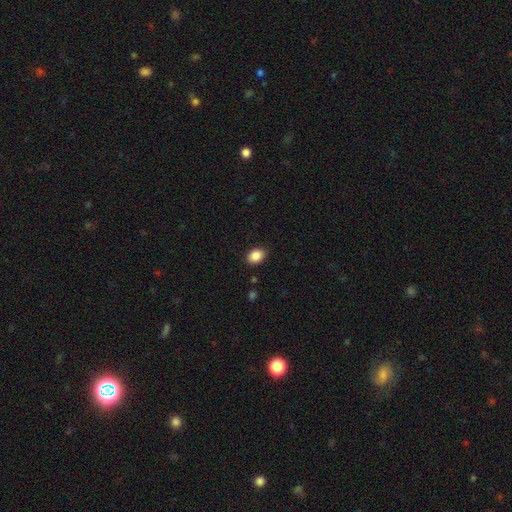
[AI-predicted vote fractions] Overall: smooth (88%). How rounded: in between (62%; round 37%). Merging: none (87%).